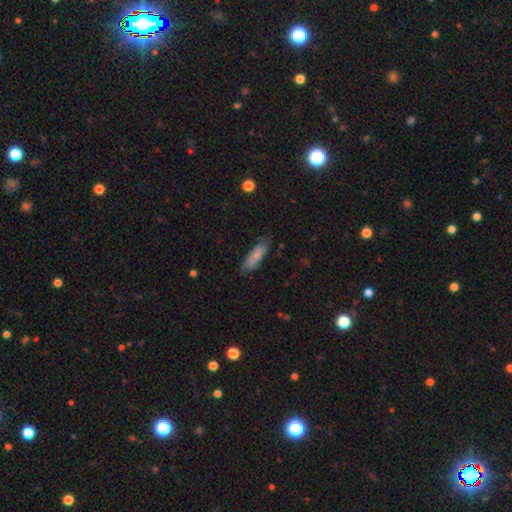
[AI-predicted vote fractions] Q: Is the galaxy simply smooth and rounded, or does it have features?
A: smooth — 75%.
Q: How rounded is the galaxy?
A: cigar-shaped — 55%.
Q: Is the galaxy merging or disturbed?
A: none — 75%.